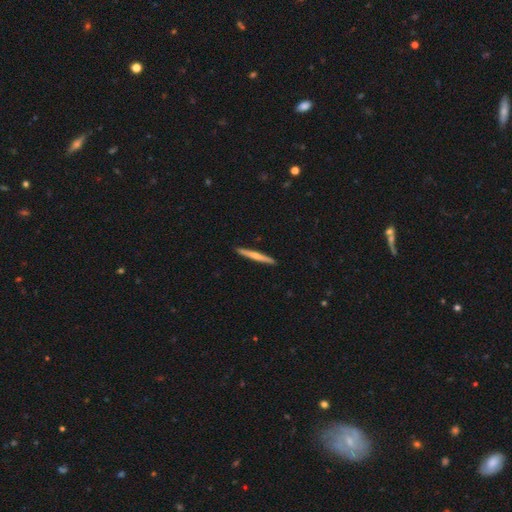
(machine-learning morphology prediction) smooth_or_featured: smooth (p=0.50) [alt: featured or disk p=0.44]
how_rounded: cigar-shaped (p=0.96) [alt: in between p=0.02]
merging: none (p=0.92) [alt: minor disturbance p=0.06]